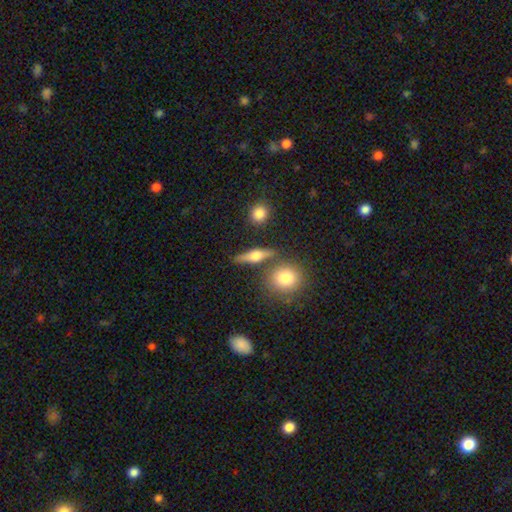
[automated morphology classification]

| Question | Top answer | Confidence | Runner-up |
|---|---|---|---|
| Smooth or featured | featured or disk | 48% | smooth (43%) |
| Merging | none | 75% | minor disturbance (11%) |